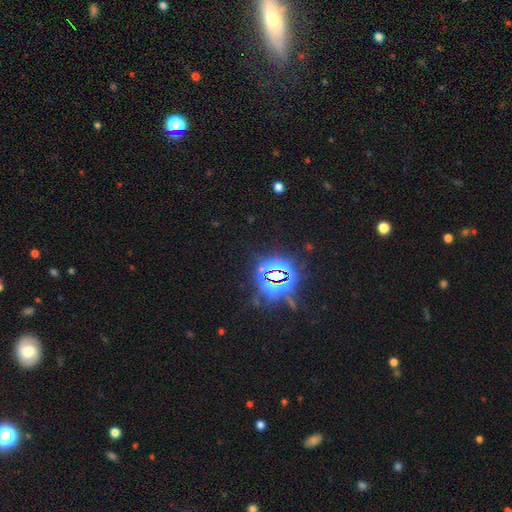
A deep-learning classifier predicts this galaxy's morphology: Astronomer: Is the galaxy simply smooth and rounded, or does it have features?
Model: star or artifact — 77%.